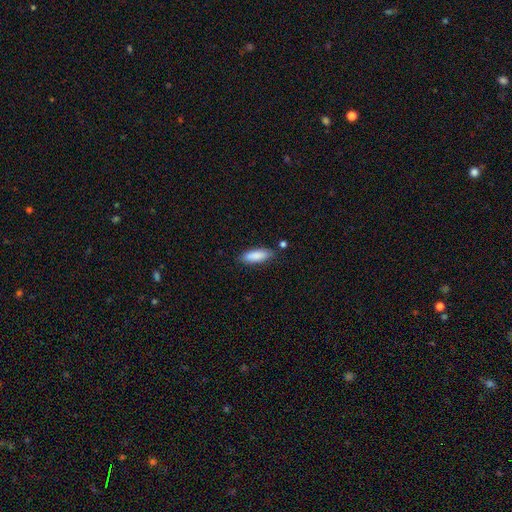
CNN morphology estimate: Smooth or featured? smooth (87%)
How rounded? in between (62%)
Merging? none (80%)